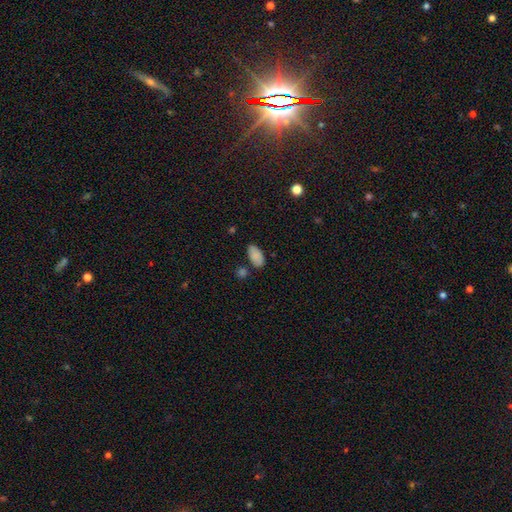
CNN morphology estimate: smooth-or-featured: smooth: 87% | star or artifact: 8% | featured or disk: 5%
  how-rounded: in between: 94% | cigar-shaped: 3% | round: 3%
  merging: none: 71% | minor disturbance: 17% | merger: 8% | major disturbance: 4%